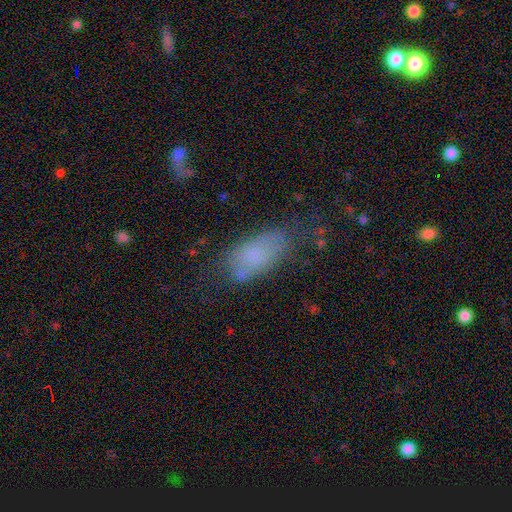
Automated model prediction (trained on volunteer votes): The model was most divided on "merging": none: 52%, minor disturbance: 26%, major disturbance: 16%, merger: 6%. More confident: how rounded — in between (86%); smooth or featured — smooth (70%).